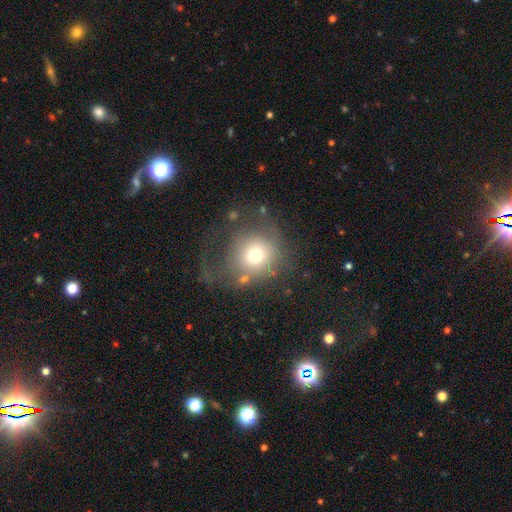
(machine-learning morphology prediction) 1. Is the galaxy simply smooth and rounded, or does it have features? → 64% smooth, 22% featured or disk, 14% star or artifact.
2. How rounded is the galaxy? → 86% round, 13% in between, 1% cigar-shaped.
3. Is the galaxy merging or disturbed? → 43% none, 33% major disturbance, 19% minor disturbance, 4% merger.